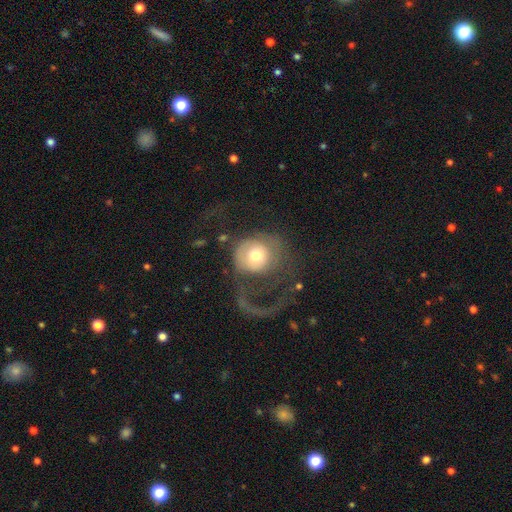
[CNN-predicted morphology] Overall: smooth (53%; featured or disk 39%). How rounded: round (84%). Merging: major disturbance (61%; none 25%).